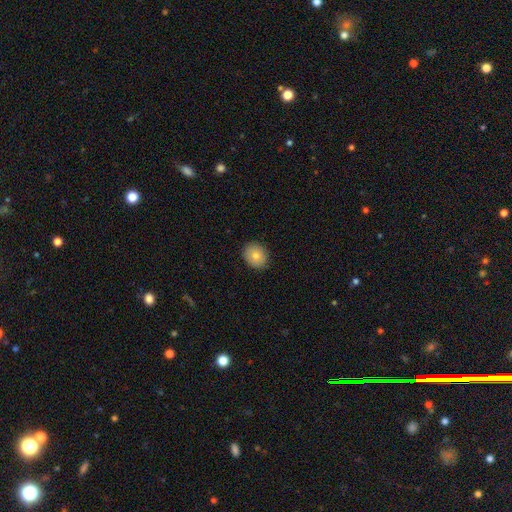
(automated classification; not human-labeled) smooth_or_featured: smooth (p=0.79) [alt: featured or disk p=0.13]
how_rounded: round (p=0.66) [alt: in between p=0.33]
merging: none (p=0.88) [alt: minor disturbance p=0.09]